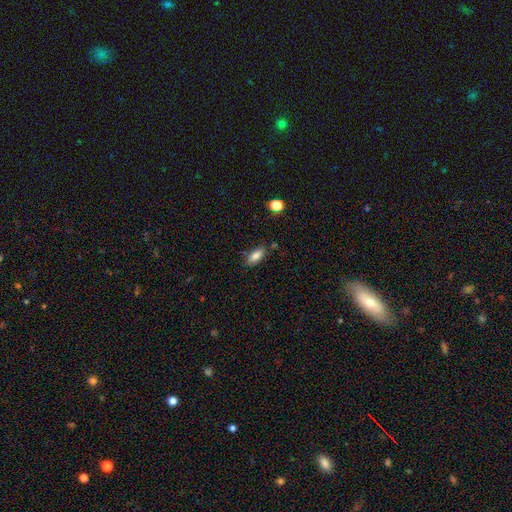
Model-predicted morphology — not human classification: Smooth or featured? smooth (83%)
How rounded? in between (80%)
Merging? none (77%)